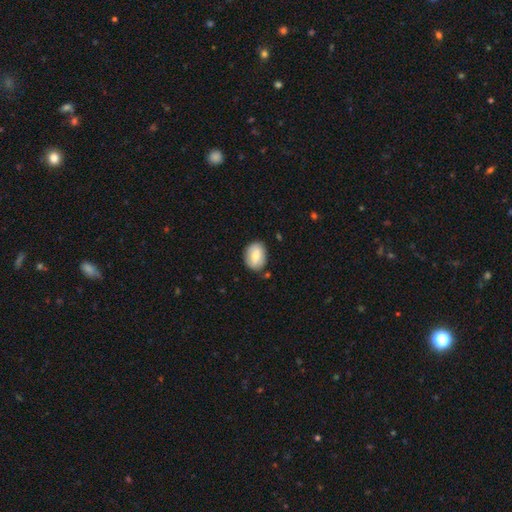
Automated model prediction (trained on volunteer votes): Morphology: type=smooth (75%); roundness=in between (70%); merging=none (78%).